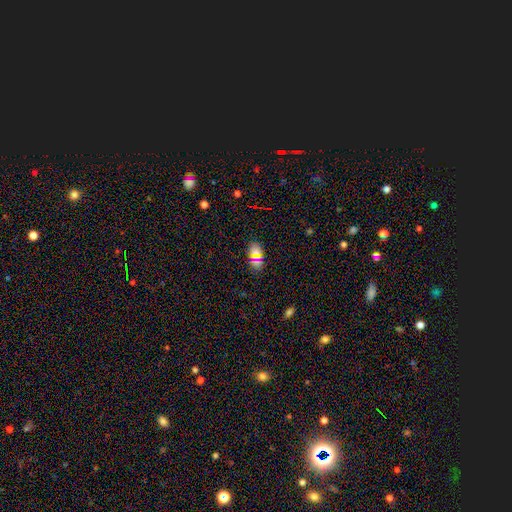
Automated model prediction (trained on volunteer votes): This is likely a smooth galaxy (69%). How rounded: clearly in between (84%). Merging: clearly none (86%).